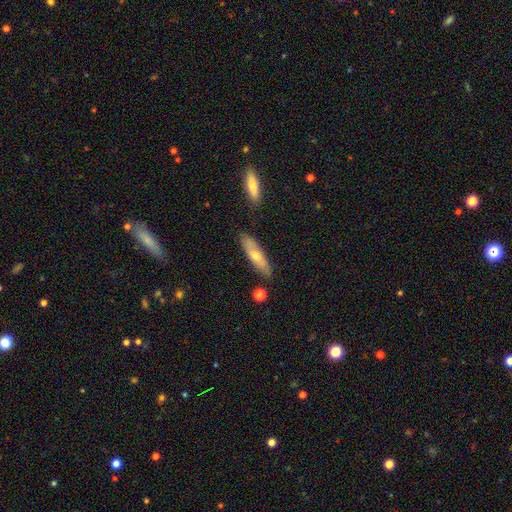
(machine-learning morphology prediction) Q: Smooth or featured?
A: smooth (58%); runner-up: featured or disk (35%)
Q: How rounded?
A: cigar-shaped (69%); runner-up: in between (30%)
Q: Merging?
A: none (83%); runner-up: minor disturbance (12%)